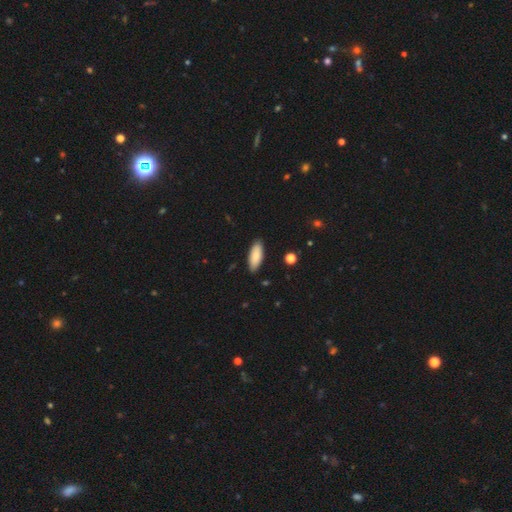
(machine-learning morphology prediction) Smooth or featured: smooth — 85% (featured or disk — 9%)
How rounded: in between — 76% (cigar-shaped — 22%)
Merging: none — 88% (minor disturbance — 9%)